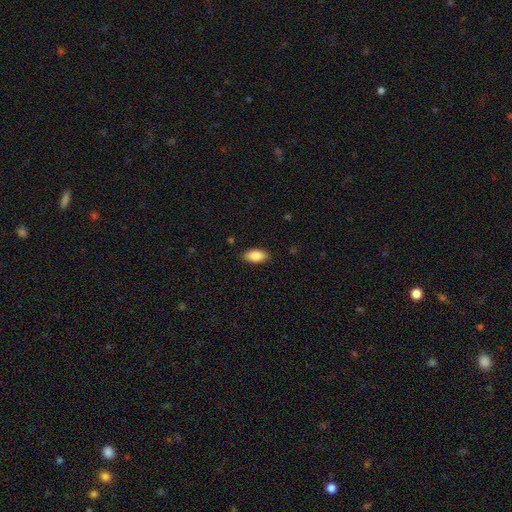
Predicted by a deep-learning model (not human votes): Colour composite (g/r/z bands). It shows a smooth galaxy with no disk features (87%) that is in between round and cigar-shaped (92%). Merging: none (87%).